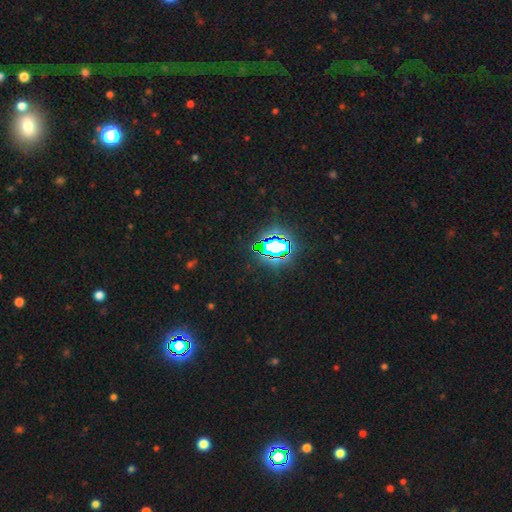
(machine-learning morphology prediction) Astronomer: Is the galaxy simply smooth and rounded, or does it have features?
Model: star or artifact — 82%.